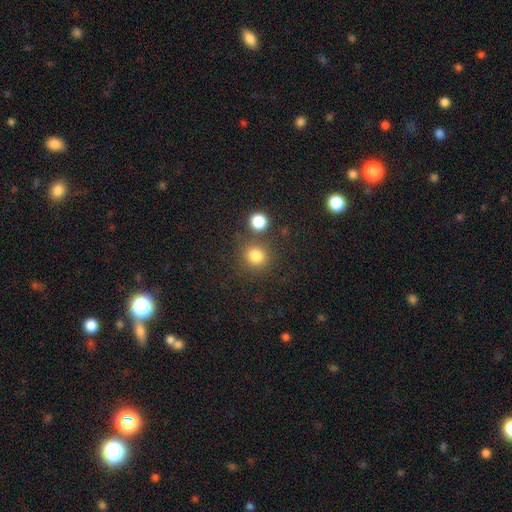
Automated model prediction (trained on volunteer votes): Smooth or featured? Predicted: smooth (p=0.81). How rounded? Predicted: round (p=0.88). Merging? Predicted: none (p=0.74).